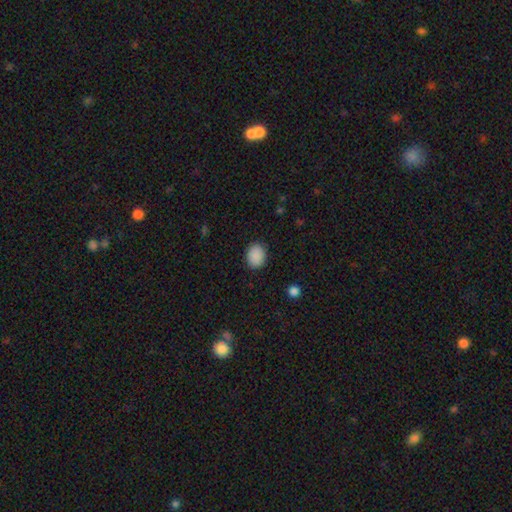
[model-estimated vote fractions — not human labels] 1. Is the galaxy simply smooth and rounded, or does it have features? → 90% smooth, 8% star or artifact, 2% featured or disk.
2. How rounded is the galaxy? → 53% in between, 46% round, 1% cigar-shaped.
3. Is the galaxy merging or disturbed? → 89% none, 8% minor disturbance, 2% major disturbance, 1% merger.